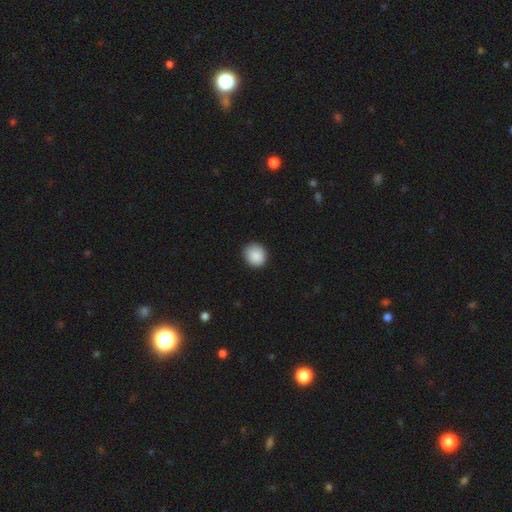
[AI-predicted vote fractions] This appears to be a smooth galaxy with no disk features (89%) that is round (81%). Merging: none (88%).